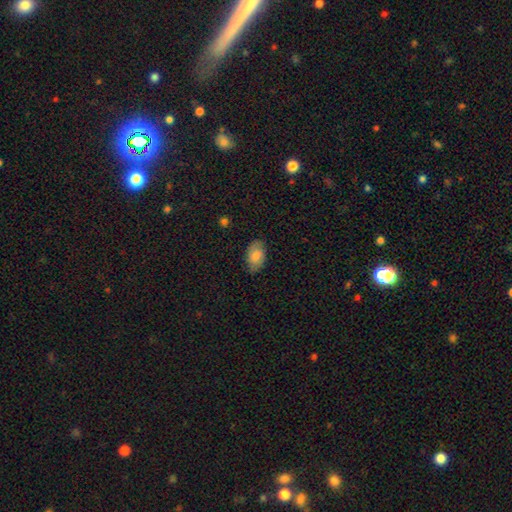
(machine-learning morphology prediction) A smooth galaxy with no disk features (72%) that is in between round and cigar-shaped (92%). Merging: none (78%).